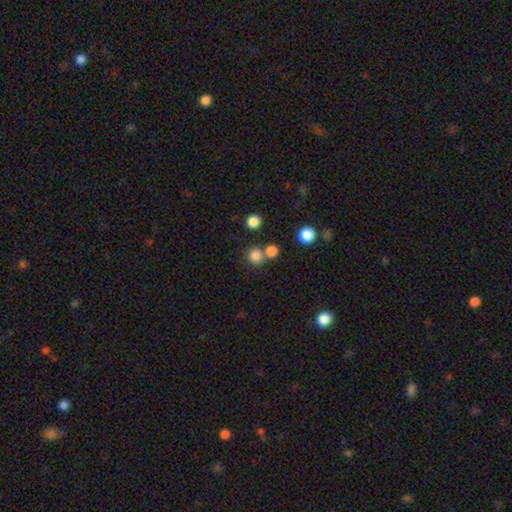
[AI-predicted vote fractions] This is clearly a smooth galaxy (81%). How rounded: clearly round (90%). Merging: likely none (65%).